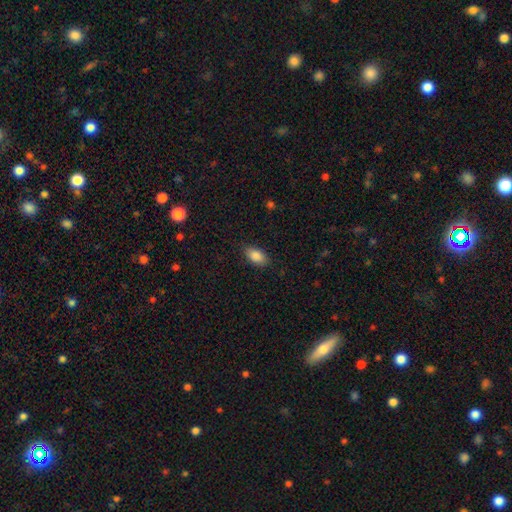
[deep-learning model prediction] The model was most divided on "merging": none: 84%, minor disturbance: 12%, major disturbance: 3%, merger: 1%. More confident: how rounded — in between (91%); smooth or featured — smooth (87%).